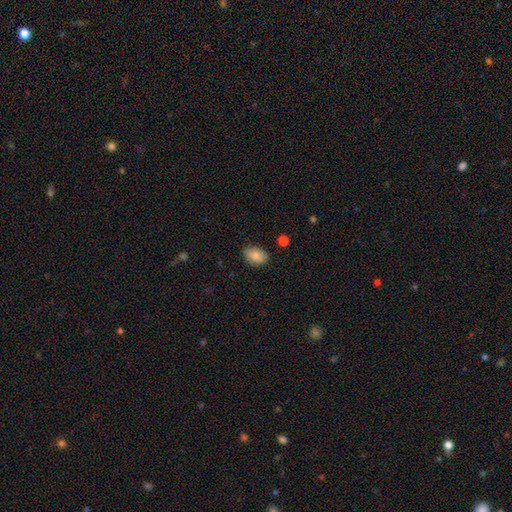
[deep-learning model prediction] A smooth galaxy with no disk features (87%) that is in between round and cigar-shaped (87%). Merging: none (83%).